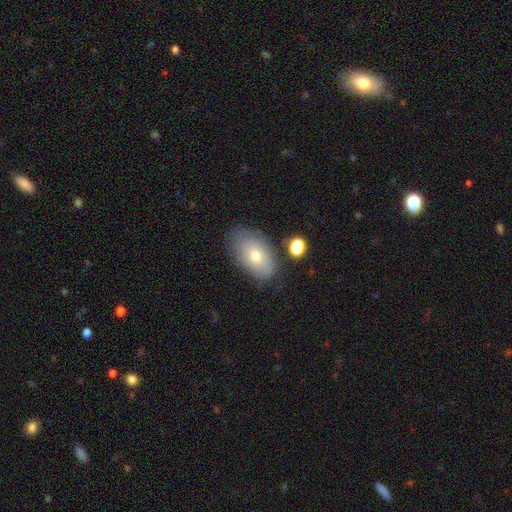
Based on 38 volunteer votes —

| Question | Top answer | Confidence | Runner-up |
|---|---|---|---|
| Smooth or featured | smooth | 55% | featured or disk (37%) |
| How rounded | in between | 90% | round (10%) |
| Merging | none | 66% | minor disturbance (26%) |